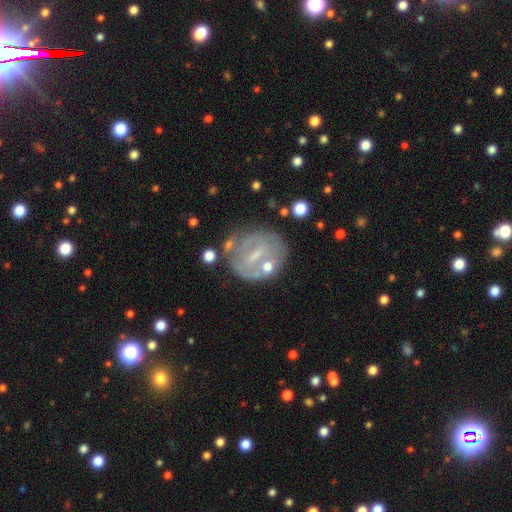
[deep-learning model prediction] Smooth or featured? Predicted: featured or disk (p=0.65). Edge-on disk? Predicted: no (p=0.96). Bar? Predicted: weak (p=0.47). Spiral arms? Predicted: yes (p=0.53). Bulge size? Predicted: small (p=0.52). Merging? Predicted: none (p=0.60).